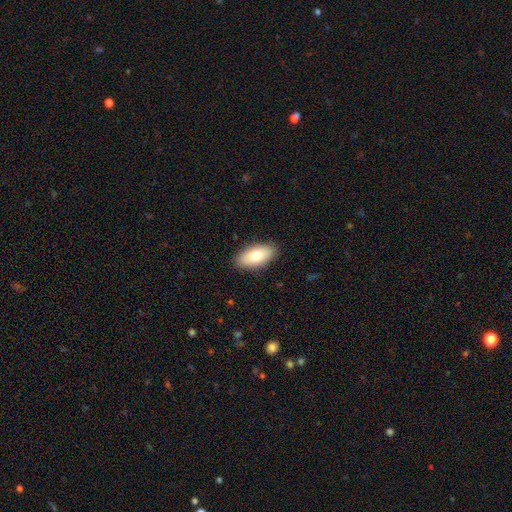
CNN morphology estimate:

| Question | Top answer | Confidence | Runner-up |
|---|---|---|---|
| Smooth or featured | smooth | 76% | featured or disk (17%) |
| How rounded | in between | 92% | cigar-shaped (5%) |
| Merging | none | 88% | minor disturbance (9%) |